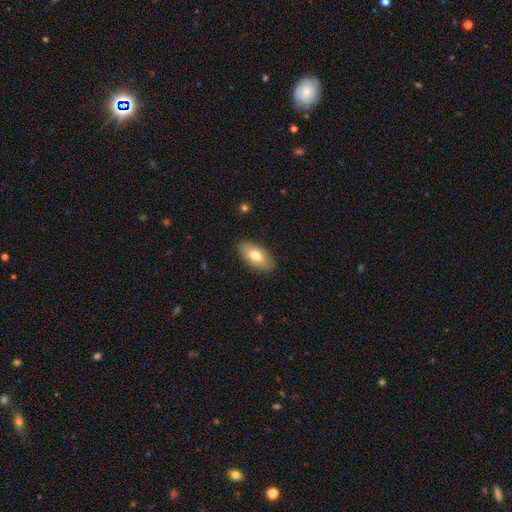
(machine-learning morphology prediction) Smooth or featured?
  - smooth: 74% *
  - featured or disk: 20%
  - star or artifact: 6%
How rounded?
  - in between: 93% *
  - cigar-shaped: 4%
  - round: 3%
Merging?
  - none: 88% *
  - minor disturbance: 9%
  - major disturbance: 2%
  - merger: 1%